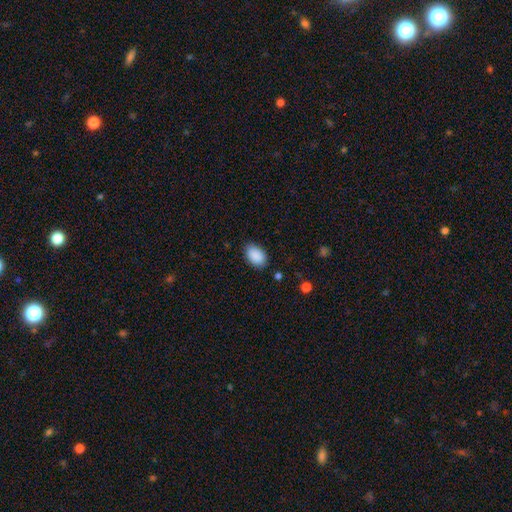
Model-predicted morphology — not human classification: smooth 90%, star or artifact 7%, featured or disk 3%. Down the decision tree: how rounded — in between (90%); merging — none (84%).